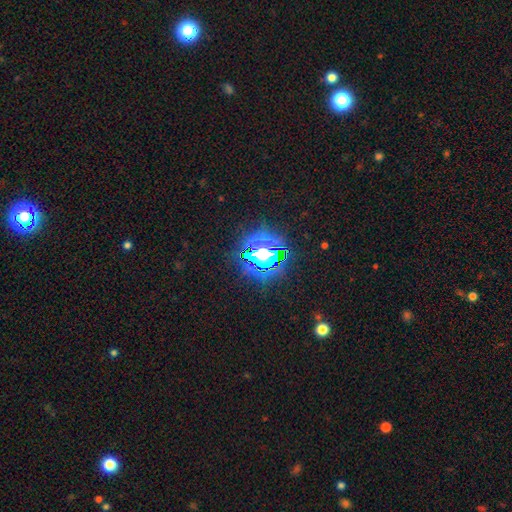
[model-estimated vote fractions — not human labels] Smooth or featured?
  - star or artifact: 81% *
  - smooth: 12%
  - featured or disk: 7%